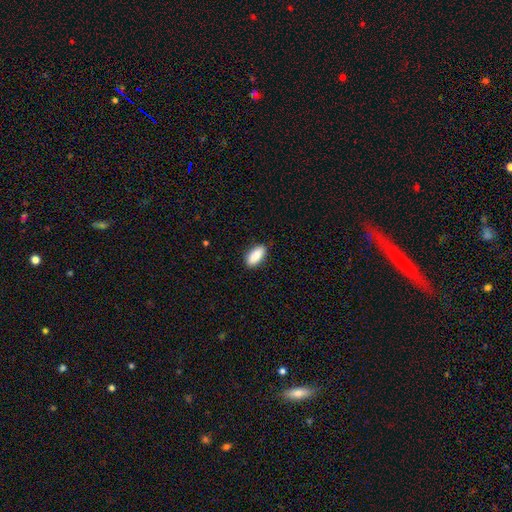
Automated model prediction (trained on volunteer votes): A smooth galaxy with no disk features (89%) that is in between round and cigar-shaped (86%). Merging: none (87%).